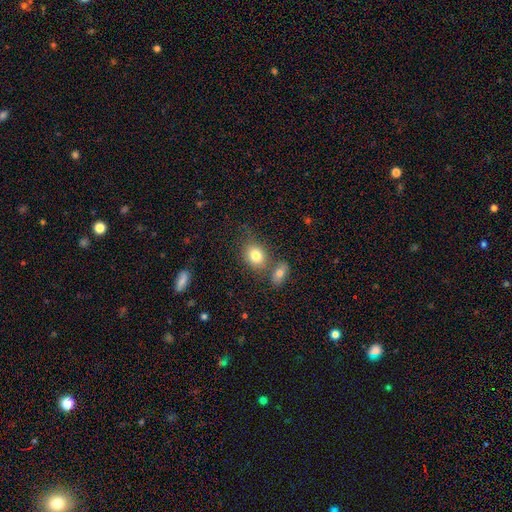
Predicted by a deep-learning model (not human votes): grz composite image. It shows a smooth galaxy with no disk features (80%) that is in between round and cigar-shaped (61%). Merging: none (58%).